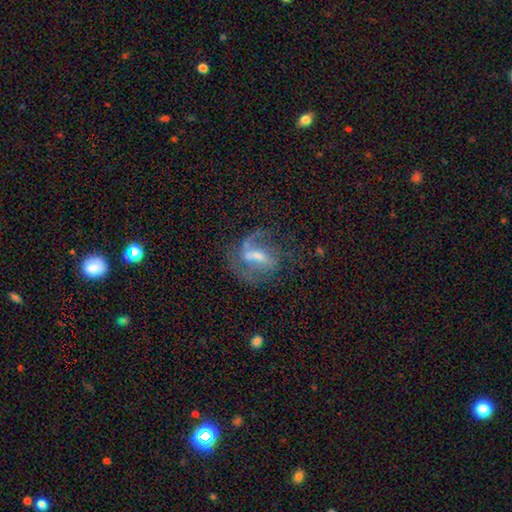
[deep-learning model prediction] A featured or disk galaxy (71%) with a weak bar (40%, tied with strong), 2 (55%) medium (43%) spiral arms (77%) and a moderate central bulge (39%). Merging: none (48%).